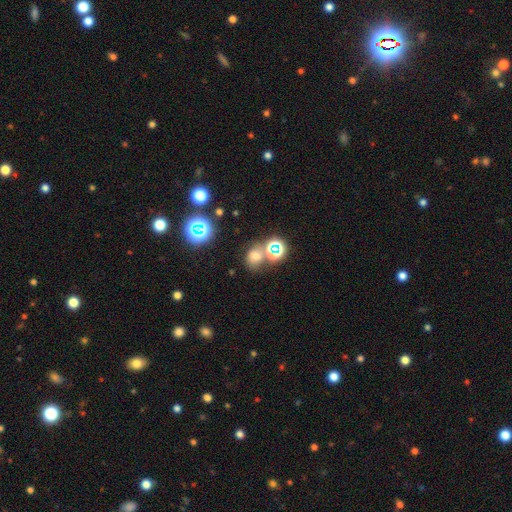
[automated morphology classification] The model was most divided on "how rounded": round: 61%, in between: 38%, cigar-shaped: 1%. More confident: smooth or featured — smooth (60%); merging — none (59%).